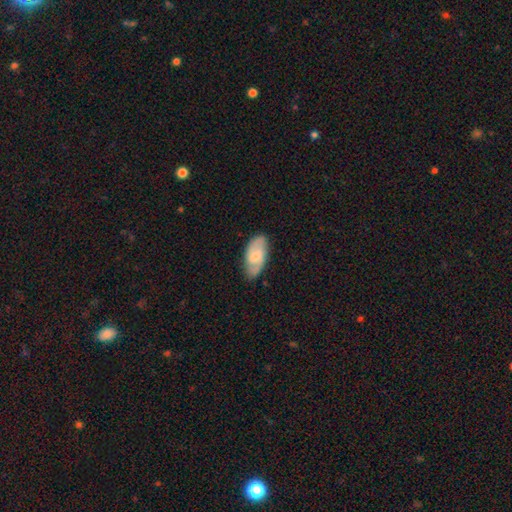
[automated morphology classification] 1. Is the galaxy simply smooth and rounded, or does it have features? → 59% featured or disk, 35% smooth, 6% star or artifact.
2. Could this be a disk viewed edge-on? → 94% no, 6% yes.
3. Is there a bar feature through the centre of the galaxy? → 51% weak, 38% no, 12% strong.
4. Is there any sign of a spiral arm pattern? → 87% yes, 13% no.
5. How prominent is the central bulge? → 53% small, 36% moderate, 7% none, 3% large, 1% dominant.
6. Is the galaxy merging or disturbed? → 81% none, 15% minor disturbance, 3% major disturbance, 1% merger.